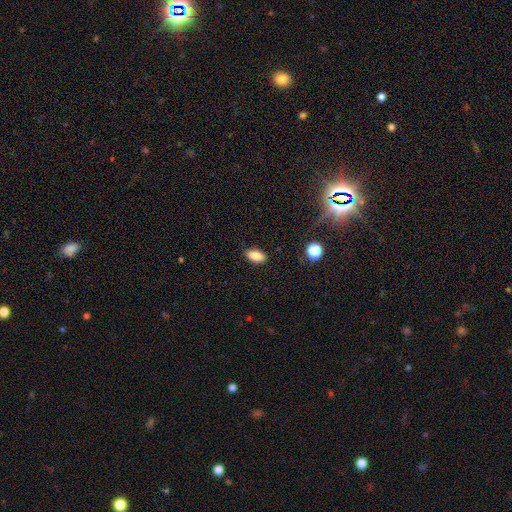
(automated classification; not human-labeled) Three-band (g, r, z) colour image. It shows a smooth galaxy with no disk features (83%) that is in between round and cigar-shaped (89%). Merging: none (87%).